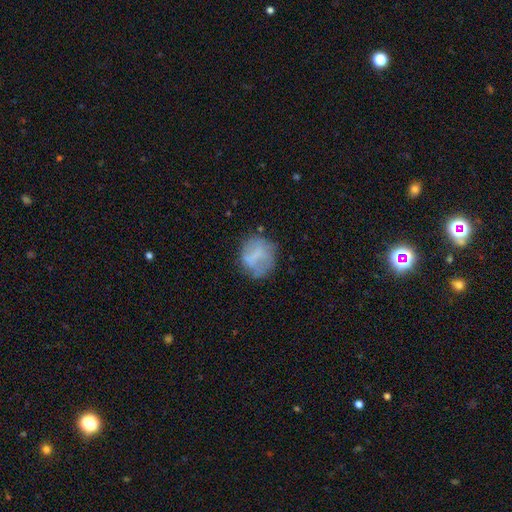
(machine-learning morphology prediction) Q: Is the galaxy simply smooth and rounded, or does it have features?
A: smooth — 57%.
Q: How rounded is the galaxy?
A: round — 71%.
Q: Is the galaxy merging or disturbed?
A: none — 61%.